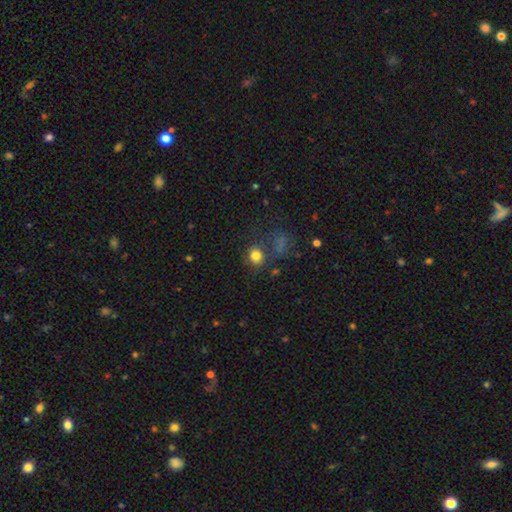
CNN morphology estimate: Overall: smooth (79%). How rounded: round (74%). Merging: none (62%).